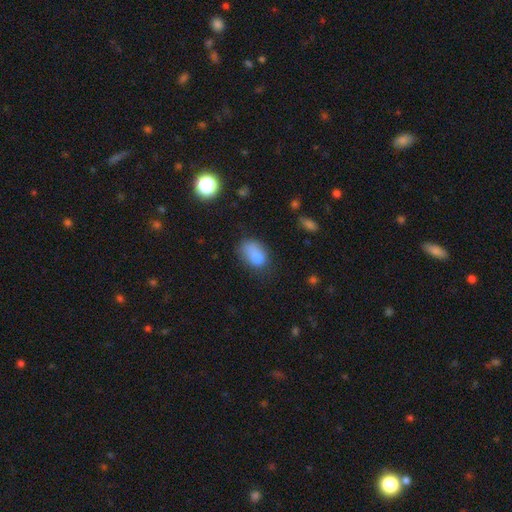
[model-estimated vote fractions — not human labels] smooth_or_featured: smooth (p=0.77) [alt: featured or disk p=0.12]
how_rounded: in between (p=0.80) [alt: round p=0.19]
merging: none (p=0.38) [alt: minor disturbance p=0.31]